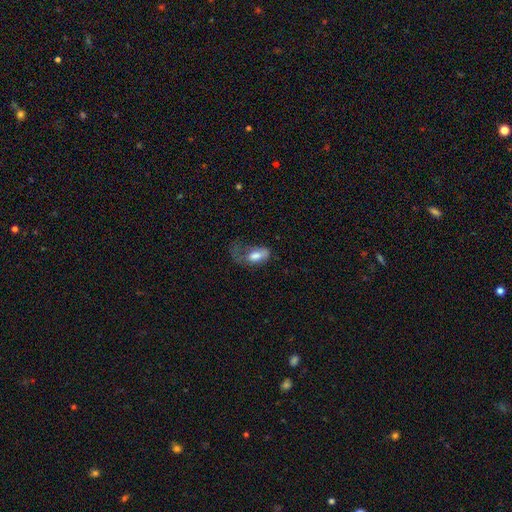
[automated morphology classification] Smooth or featured? smooth (68%)
How rounded? in between (89%)
Merging? major disturbance (60%)